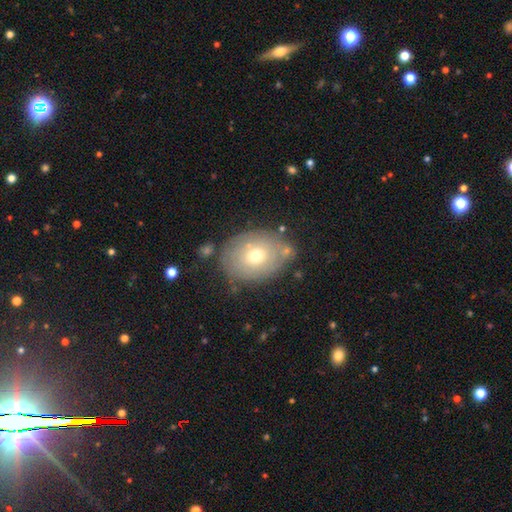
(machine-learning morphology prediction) A smooth galaxy with no disk features (54%) that is in between round and cigar-shaped (63%). Merging: none (71%).